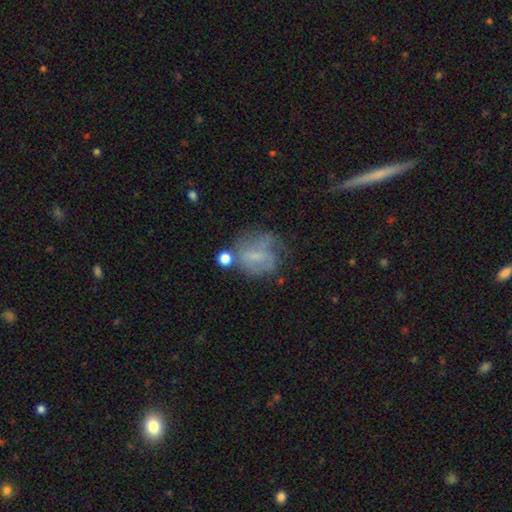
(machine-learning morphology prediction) A featured or disk galaxy (45%).

Vote fractions:
- Smooth or featured? featured or disk: 45% / smooth: 43% / star or artifact: 12%
- Merging? none: 42% / minor disturbance: 26% / major disturbance: 24% / merger: 8%